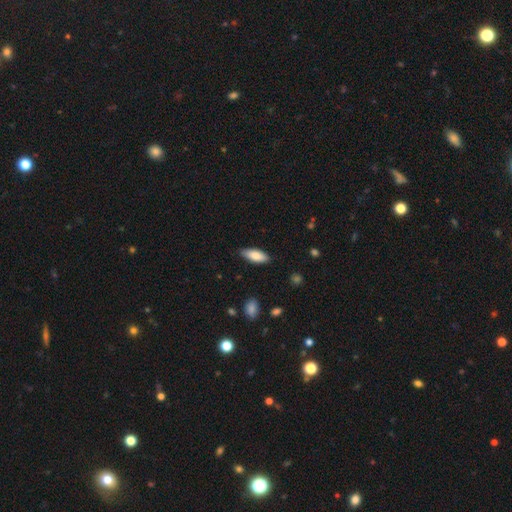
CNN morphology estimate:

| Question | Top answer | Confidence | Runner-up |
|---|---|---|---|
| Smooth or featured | smooth | 82% | featured or disk (12%) |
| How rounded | in between | 76% | cigar-shaped (22%) |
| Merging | none | 84% | minor disturbance (12%) |